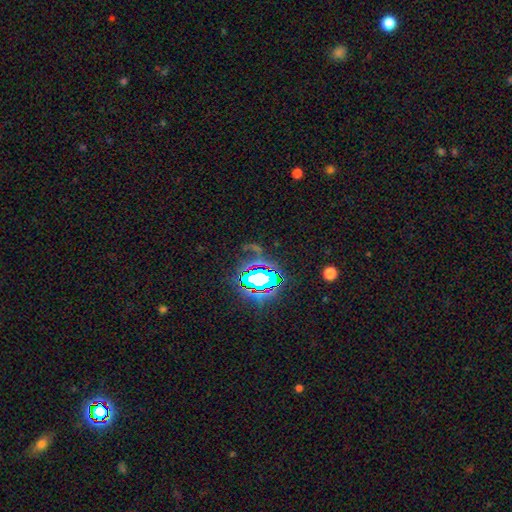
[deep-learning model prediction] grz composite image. It shows a star or artifact, not a galaxy (81%).